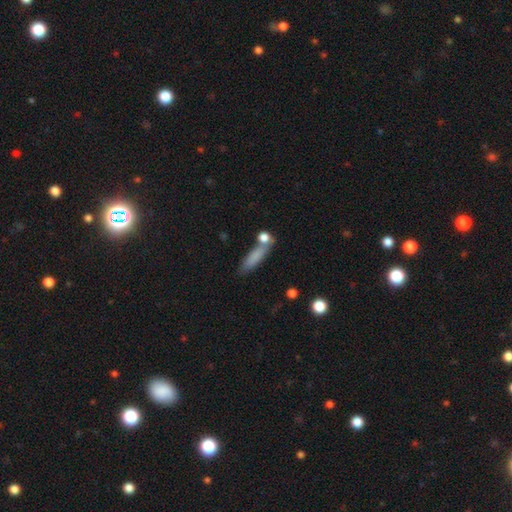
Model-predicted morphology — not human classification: Smooth or featured?
  - smooth: 78% *
  - featured or disk: 14%
  - star or artifact: 9%
How rounded?
  - cigar-shaped: 67% *
  - in between: 29%
  - round: 4%
Merging?
  - none: 65% *
  - merger: 15%
  - minor disturbance: 15%
  - major disturbance: 5%